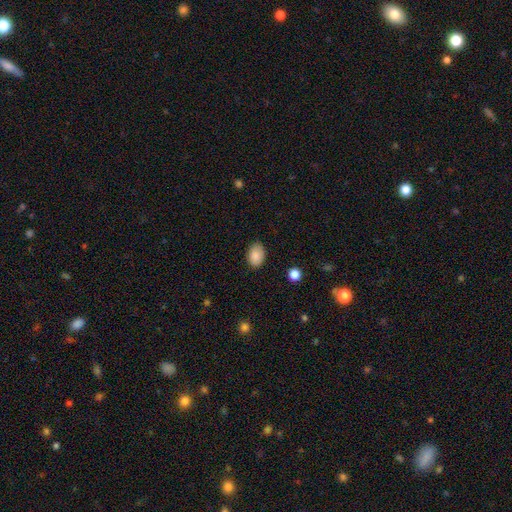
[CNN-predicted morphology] smooth_or_featured: smooth (p=0.88) [alt: star or artifact p=0.07]
how_rounded: in between (p=0.83) [alt: round p=0.16]
merging: none (p=0.84) [alt: minor disturbance p=0.12]